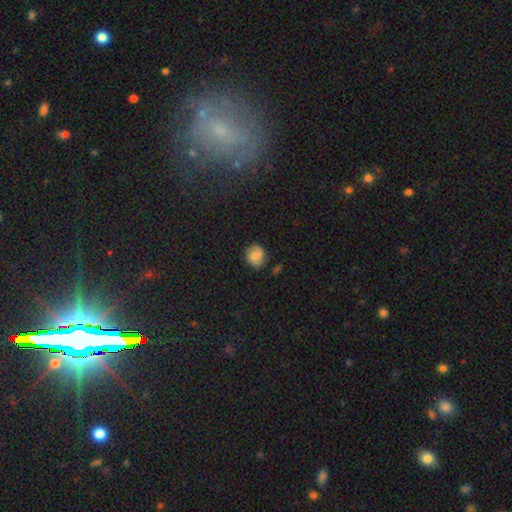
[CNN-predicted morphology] Smooth or featured: smooth — 70% (featured or disk — 20%)
How rounded: round — 75% (in between — 24%)
Merging: none — 76% (minor disturbance — 18%)